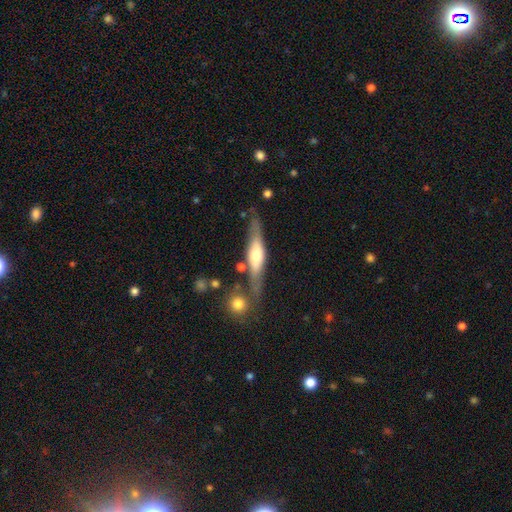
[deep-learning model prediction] The model was most divided on "smooth or featured": featured or disk: 61%, smooth: 34%, star or artifact: 5%. More confident: edge-on disk — yes (89%); edge-on bulge — rounded (84%); merging — none (72%).